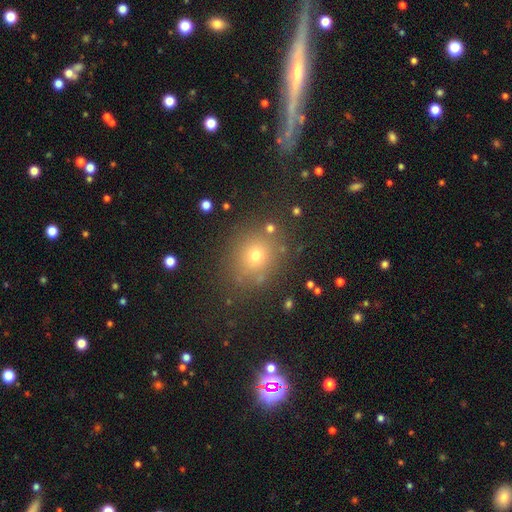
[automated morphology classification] Overall: smooth (67%). How rounded: round (73%). Merging: none (82%).